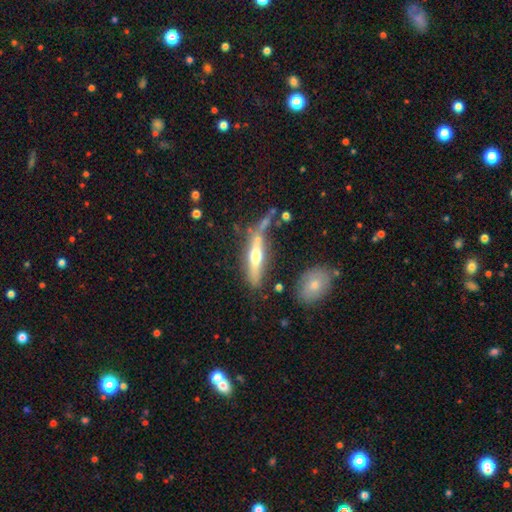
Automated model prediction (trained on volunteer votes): Q: Smooth or featured?
A: featured or disk (50%); runner-up: smooth (43%)
Q: Edge-on disk?
A: yes (84%); runner-up: no (16%)
Q: Merging?
A: none (60%); runner-up: minor disturbance (19%)